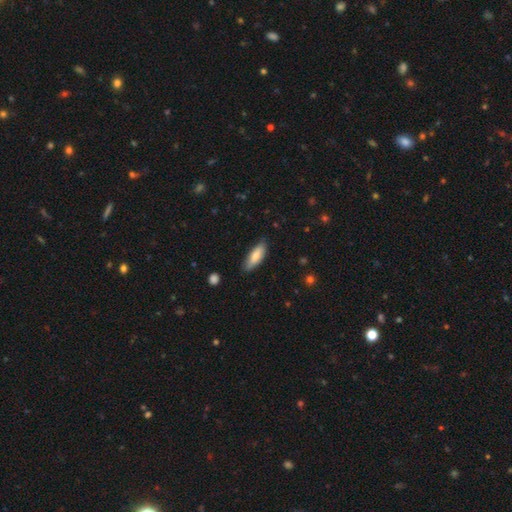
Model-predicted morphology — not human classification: smooth_or_featured: smooth (p=0.78) [alt: featured or disk p=0.16]
how_rounded: in between (p=0.60) [alt: cigar-shaped p=0.38]
merging: none (p=0.83) [alt: minor disturbance p=0.14]